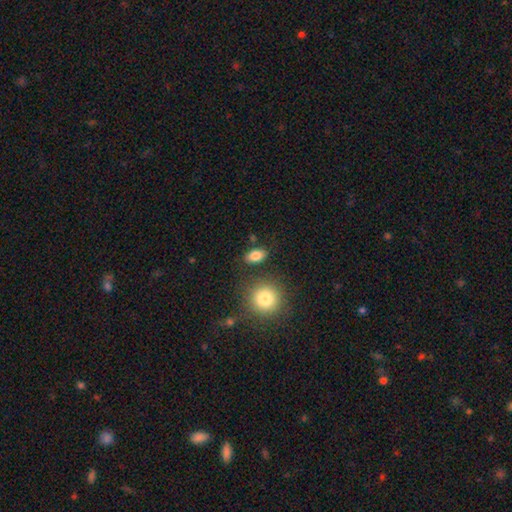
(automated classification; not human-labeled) A smooth galaxy with no disk features (84%) that is in between round and cigar-shaped (84%).

Vote fractions:
- Smooth or featured? smooth: 84% / star or artifact: 9% / featured or disk: 7%
- How rounded? in between: 84% / round: 13% / cigar-shaped: 3%
- Merging? none: 82% / minor disturbance: 10% / merger: 5% / major disturbance: 3%